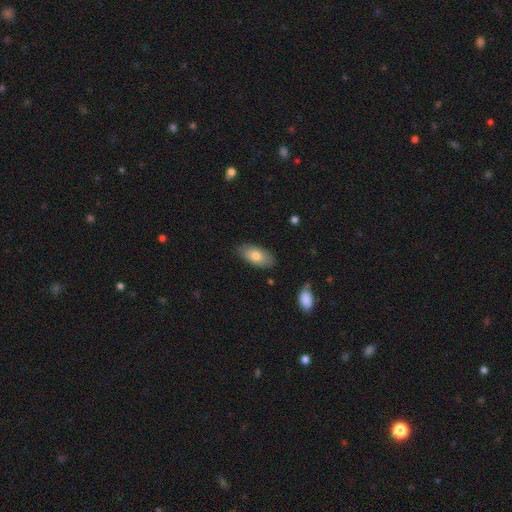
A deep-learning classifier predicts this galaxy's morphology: Smooth or featured? smooth (79%)
How rounded? in between (91%)
Merging? none (84%)